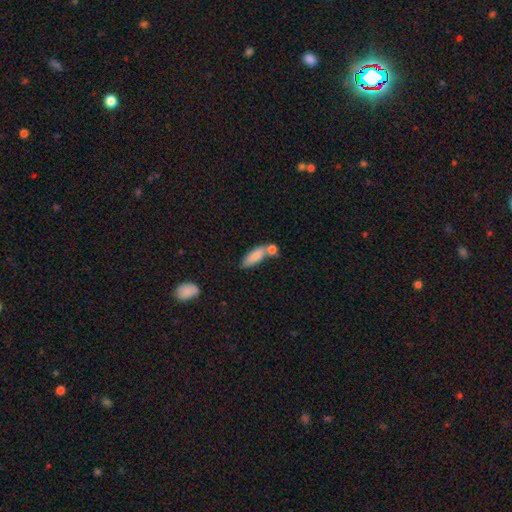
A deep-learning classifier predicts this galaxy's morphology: A smooth galaxy with no disk features (81%) that is in between round and cigar-shaped (60%). Merging: none (46%).